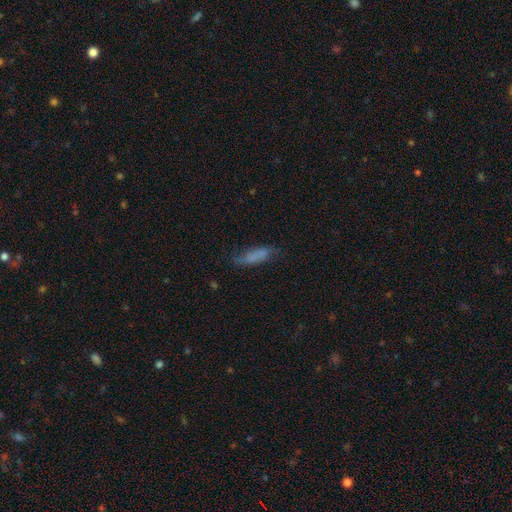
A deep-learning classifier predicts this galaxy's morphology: Smooth or featured: smooth — 68% (featured or disk — 23%)
How rounded: cigar-shaped — 49% (in between — 48%)
Merging: none — 60% (minor disturbance — 27%)